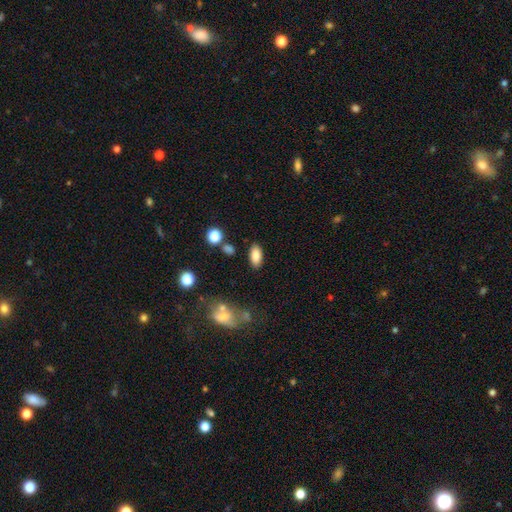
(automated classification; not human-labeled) smooth-or-featured: smooth: 84% | star or artifact: 9% | featured or disk: 8%
  how-rounded: in between: 91% | cigar-shaped: 5% | round: 4%
  merging: none: 85% | minor disturbance: 9% | merger: 3% | major disturbance: 3%